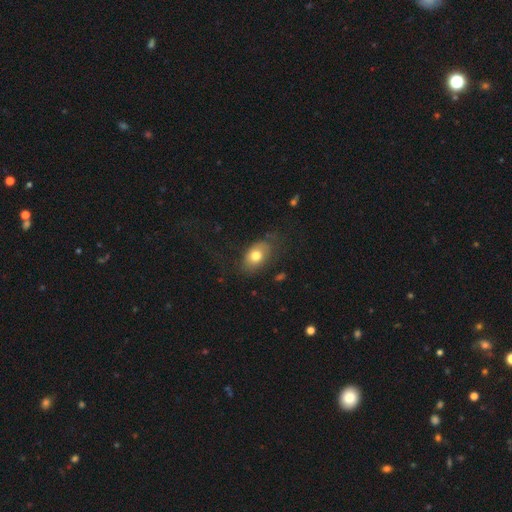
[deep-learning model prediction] Overall: smooth (73%). How rounded: in between (83%). Merging: none (66%).